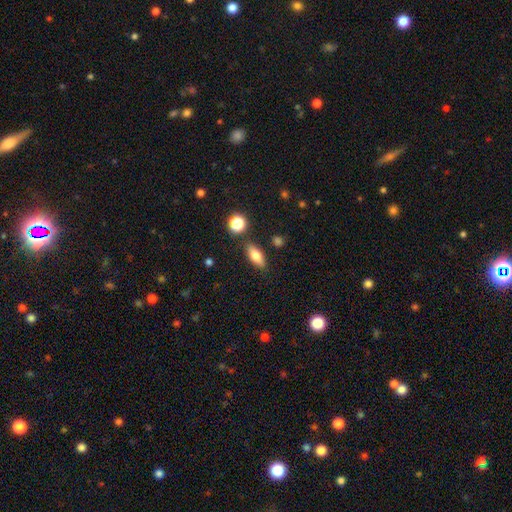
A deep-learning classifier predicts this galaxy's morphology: Smooth or featured?
  - smooth: 73% *
  - featured or disk: 18%
  - star or artifact: 9%
How rounded?
  - in between: 71% *
  - cigar-shaped: 23%
  - round: 6%
Merging?
  - none: 84% *
  - minor disturbance: 10%
  - merger: 4%
  - major disturbance: 3%